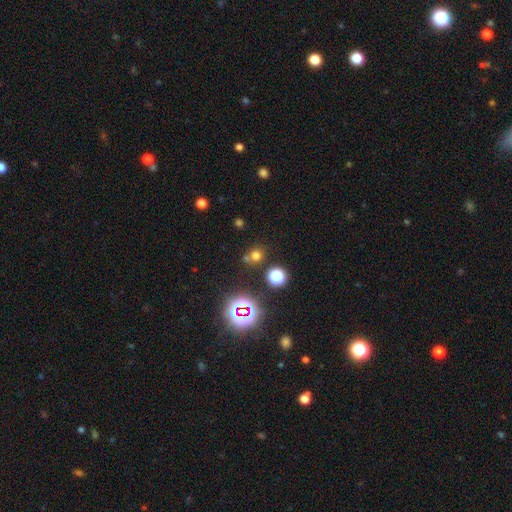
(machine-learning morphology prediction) A smooth galaxy with no disk features (59%) that is round (84%).

Vote fractions:
- Smooth or featured? smooth: 59% / star or artifact: 32% / featured or disk: 8%
- How rounded? round: 84% / in between: 15% / cigar-shaped: 1%
- Merging? none: 65% / merger: 22% / minor disturbance: 9% / major disturbance: 4%